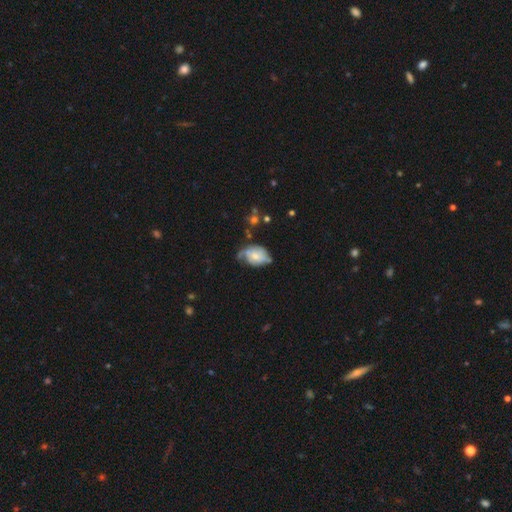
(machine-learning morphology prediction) featured or disk 49%, smooth 44%, star or artifact 7%. Down the decision tree: merging — none (37%, tied with minor disturbance).